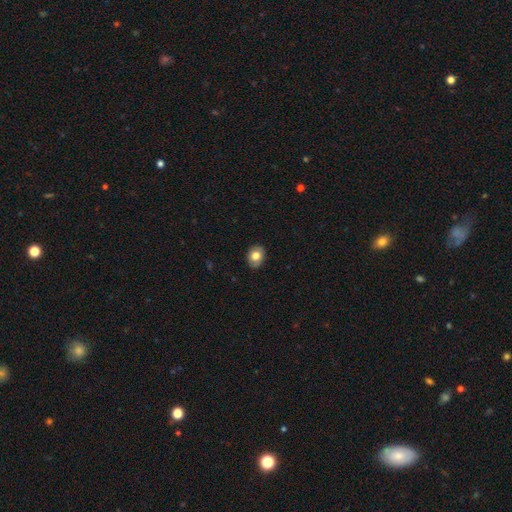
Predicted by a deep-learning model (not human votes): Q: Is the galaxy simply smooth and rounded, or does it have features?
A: smooth — 75%.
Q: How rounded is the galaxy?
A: in between — 57%.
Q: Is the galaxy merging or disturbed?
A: none — 85%.